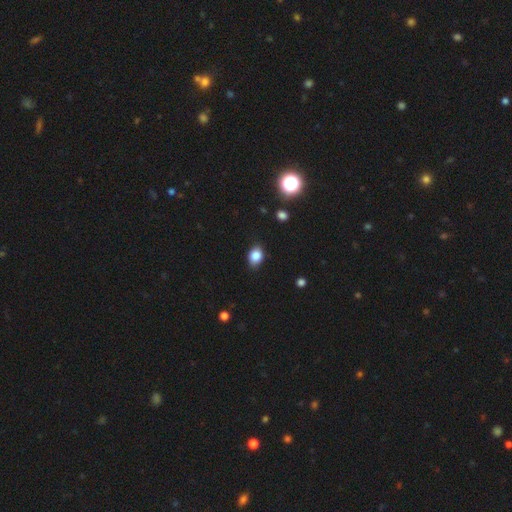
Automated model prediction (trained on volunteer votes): This appears to be a smooth galaxy with no disk features (84%) that is in between round and cigar-shaped (67%). Merging: none (83%).